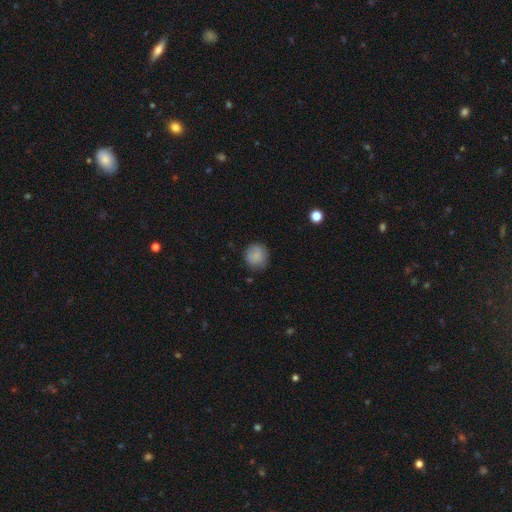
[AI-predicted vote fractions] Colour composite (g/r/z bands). It shows a smooth galaxy with no disk features (86%) that is round (89%). Merging: none (81%).